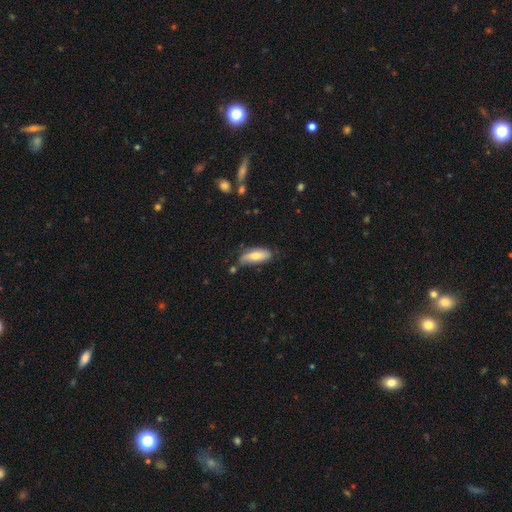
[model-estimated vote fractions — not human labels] Smooth or featured?
  - smooth: 71% *
  - featured or disk: 23%
  - star or artifact: 6%
How rounded?
  - in between: 70% *
  - cigar-shaped: 28%
  - round: 2%
Merging?
  - none: 59% *
  - minor disturbance: 29%
  - major disturbance: 6%
  - merger: 6%